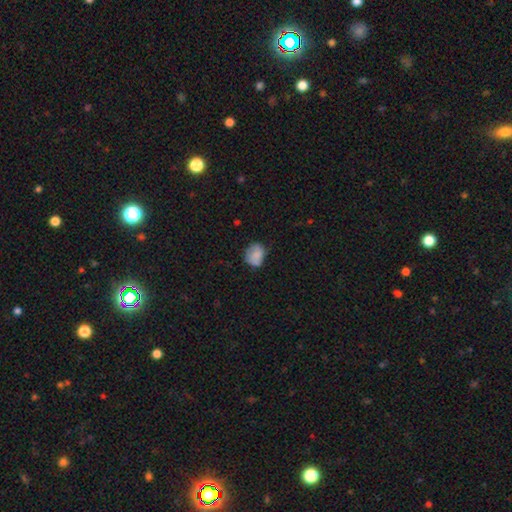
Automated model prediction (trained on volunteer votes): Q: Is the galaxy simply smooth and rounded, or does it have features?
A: smooth — 74%.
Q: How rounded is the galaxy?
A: round — 56%.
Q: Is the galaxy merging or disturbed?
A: none — 57%.